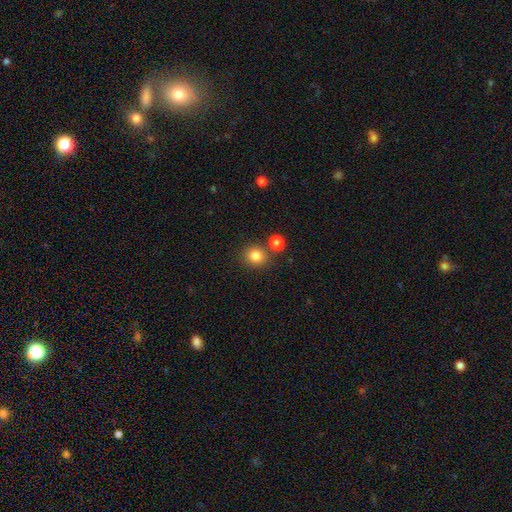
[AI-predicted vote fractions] Smooth or featured? smooth (83%)
How rounded? round (86%)
Merging? none (77%)